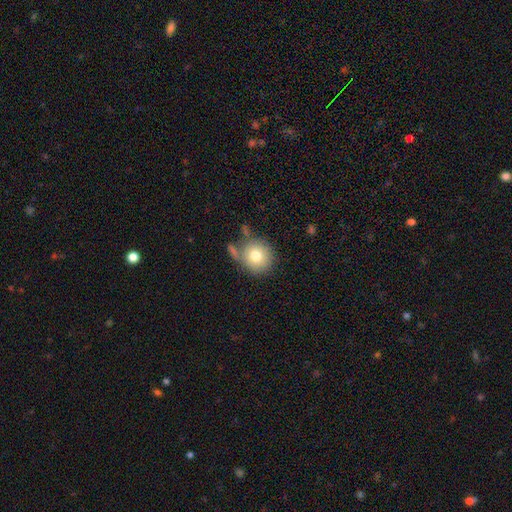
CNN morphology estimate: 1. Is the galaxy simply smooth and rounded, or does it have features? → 78% smooth, 13% featured or disk, 9% star or artifact.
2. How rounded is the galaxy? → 90% round, 9% in between, 1% cigar-shaped.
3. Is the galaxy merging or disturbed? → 65% none, 15% minor disturbance, 14% merger, 7% major disturbance.